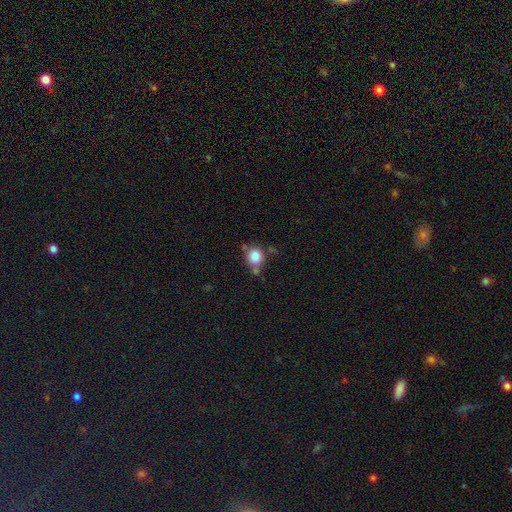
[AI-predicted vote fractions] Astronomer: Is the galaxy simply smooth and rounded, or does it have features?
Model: smooth — 83%.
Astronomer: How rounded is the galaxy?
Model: round — 76%.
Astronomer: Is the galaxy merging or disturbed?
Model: none — 53%.